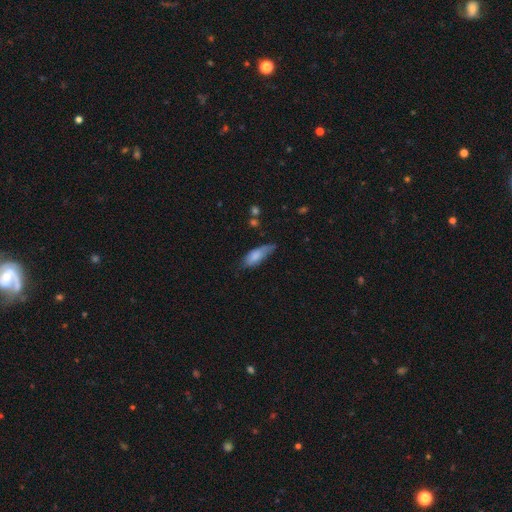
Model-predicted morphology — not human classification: type=smooth (76%); roundness=in between (73%); merging=minor disturbance (42%).